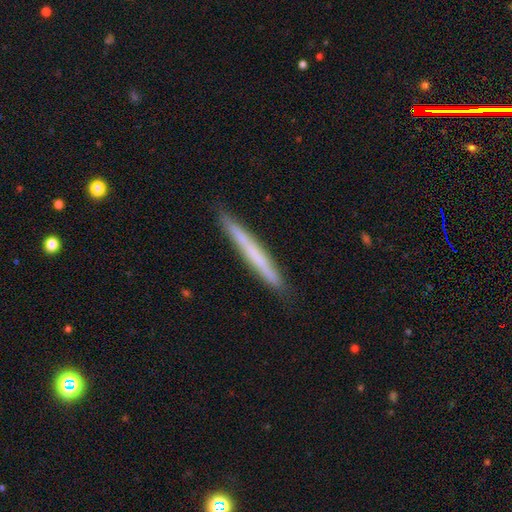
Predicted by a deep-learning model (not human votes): This is possibly a smooth galaxy (56%). How rounded: clearly cigar-shaped (97%). Merging: clearly none (90%).